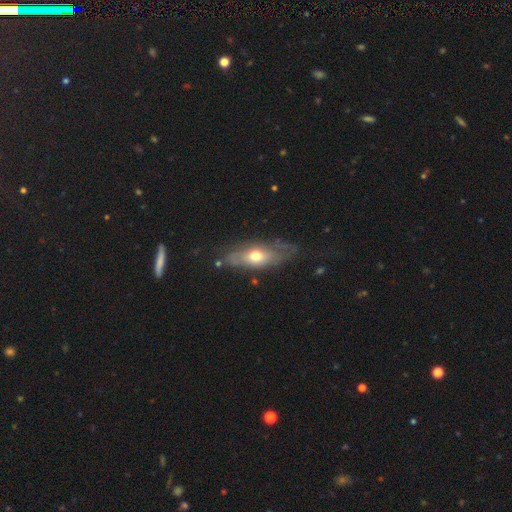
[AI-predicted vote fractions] This appears to be a smooth galaxy with no disk features (48%). Merging: none (64%).